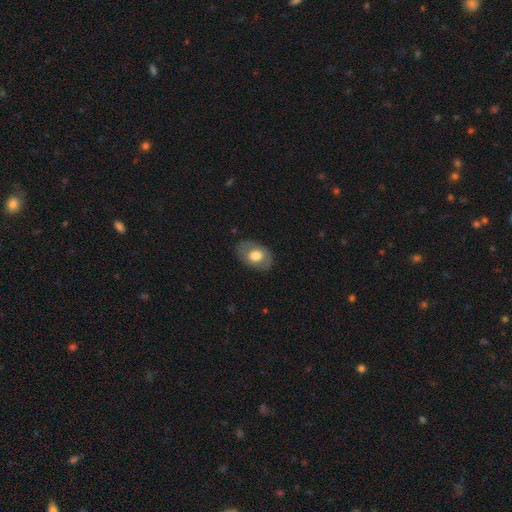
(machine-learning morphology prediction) A smooth galaxy with no disk features (63%) that is in between round and cigar-shaped (80%).

Vote fractions:
- Smooth or featured? smooth: 63% / featured or disk: 30% / star or artifact: 7%
- How rounded? in between: 80% / round: 19% / cigar-shaped: 1%
- Merging? none: 79% / minor disturbance: 16% / major disturbance: 5% / merger: 1%